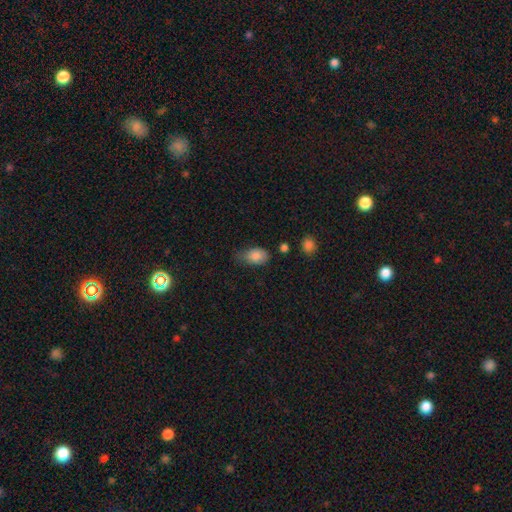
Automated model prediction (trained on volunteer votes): smooth-or-featured: smooth: 84% | star or artifact: 9% | featured or disk: 7%
  how-rounded: in between: 86% | round: 12% | cigar-shaped: 2%
  merging: none: 44% | minor disturbance: 41% | major disturbance: 11% | merger: 3%